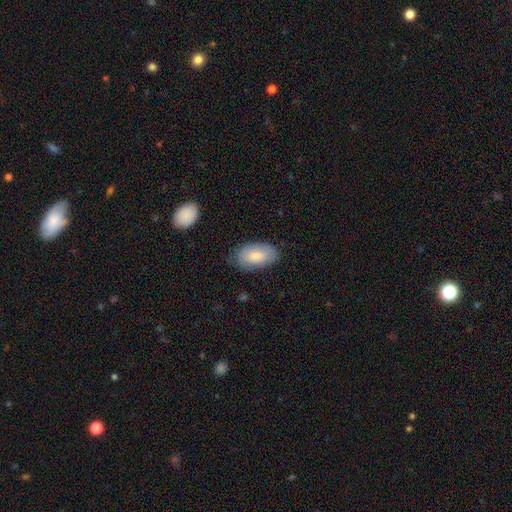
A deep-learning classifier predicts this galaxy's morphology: A smooth galaxy with no disk features (81%) that is in between round and cigar-shaped (94%). Merging: none (74%).